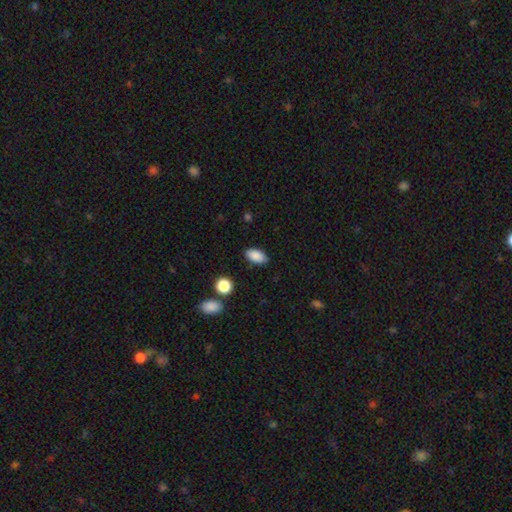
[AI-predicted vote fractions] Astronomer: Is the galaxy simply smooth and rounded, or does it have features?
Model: smooth — 88%.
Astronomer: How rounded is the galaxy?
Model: in between — 92%.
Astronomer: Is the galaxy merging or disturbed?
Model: none — 86%.